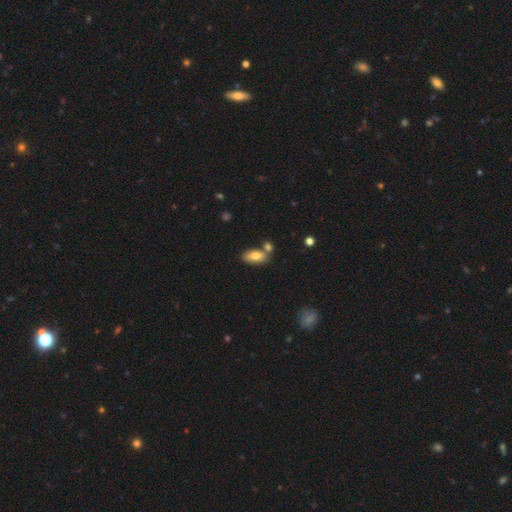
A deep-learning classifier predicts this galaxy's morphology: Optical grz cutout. It shows a smooth galaxy with no disk features (77%) that is in between round and cigar-shaped (89%). Merging: none (64%).